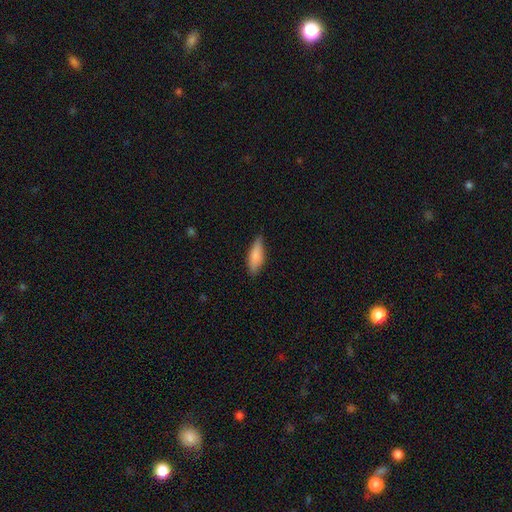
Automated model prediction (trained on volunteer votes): A smooth galaxy with no disk features (80%) that is in between round and cigar-shaped (52%). Merging: none (81%).